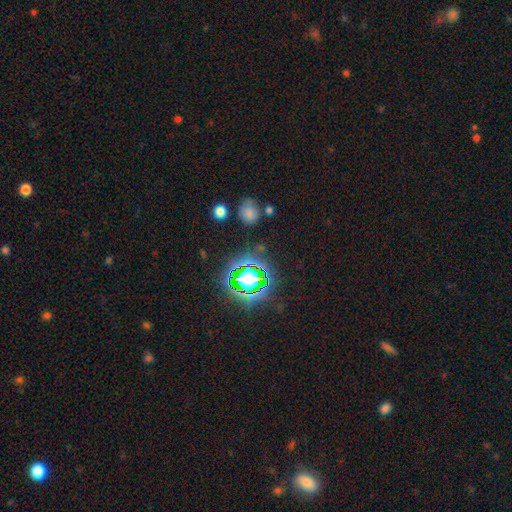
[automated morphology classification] smooth-or-featured: star or artifact: 78% | smooth: 14% | featured or disk: 8%